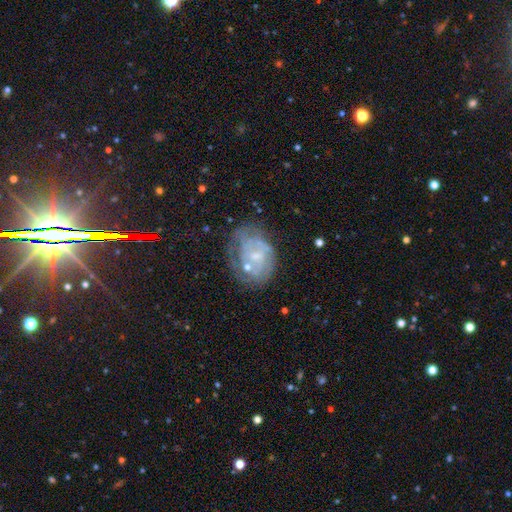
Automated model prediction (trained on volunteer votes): Morphology: type=featured or disk (67%); edge-on=no (97%); bar=no (65%); spiral arms=yes (55%); bulge=small (55%); merging=none (42%).